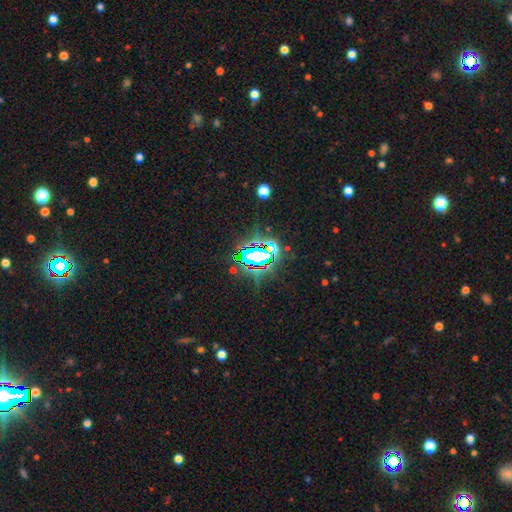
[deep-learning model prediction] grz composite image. It shows a star or artifact, not a galaxy (76%).